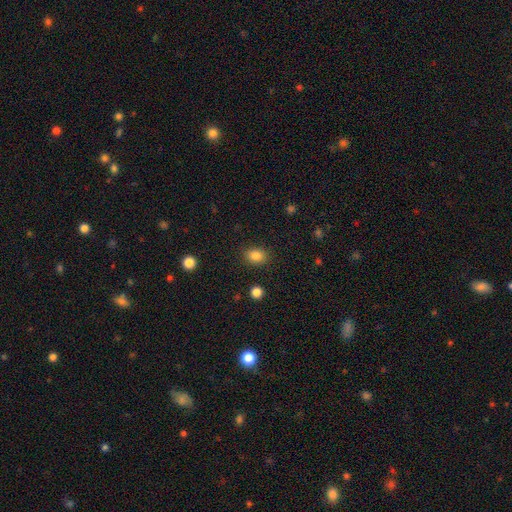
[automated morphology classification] A smooth galaxy with no disk features (85%) that is in between round and cigar-shaped (62%).

Vote fractions:
- Smooth or featured? smooth: 85% / star or artifact: 10% / featured or disk: 5%
- How rounded? in between: 62% / round: 37% / cigar-shaped: 1%
- Merging? none: 87% / minor disturbance: 9% / major disturbance: 3% / merger: 2%